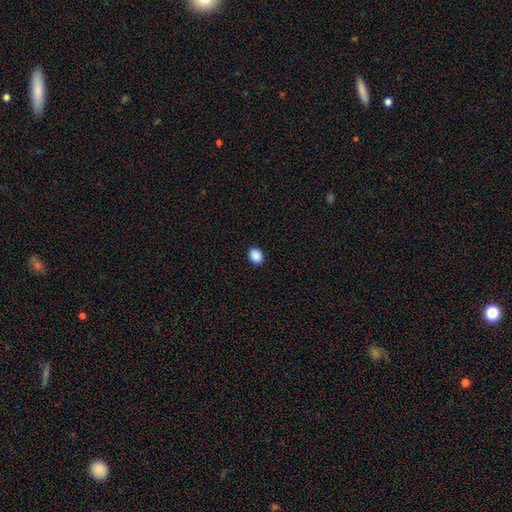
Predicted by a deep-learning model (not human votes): Smooth or featured: smooth — 89% (star or artifact — 8%)
How rounded: in between — 55% (round — 45%)
Merging: none — 91% (minor disturbance — 6%)